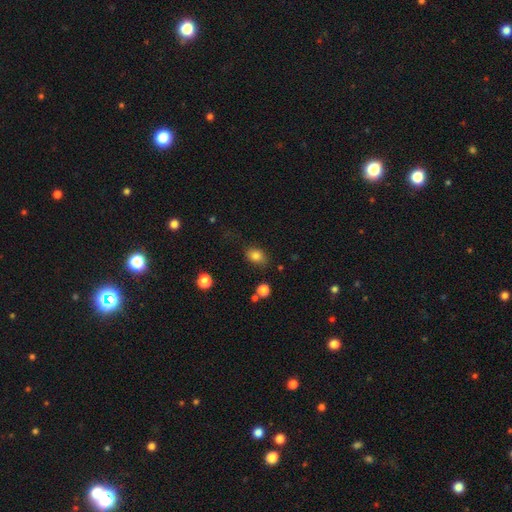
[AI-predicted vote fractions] A smooth galaxy with no disk features (83%) that is in between round and cigar-shaped (69%).

Vote fractions:
- Smooth or featured? smooth: 83% / star or artifact: 11% / featured or disk: 6%
- How rounded? in between: 69% / round: 30% / cigar-shaped: 1%
- Merging? none: 73% / minor disturbance: 18% / major disturbance: 6% / merger: 2%